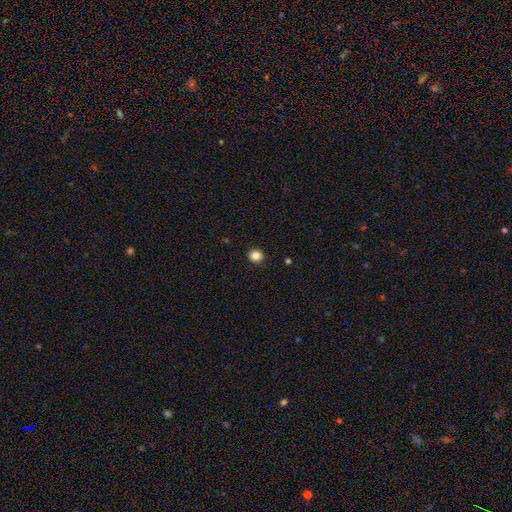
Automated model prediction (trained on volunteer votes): Smooth or featured? Predicted: smooth (p=0.85). How rounded? Predicted: round (p=0.74). Merging? Predicted: none (p=0.91).